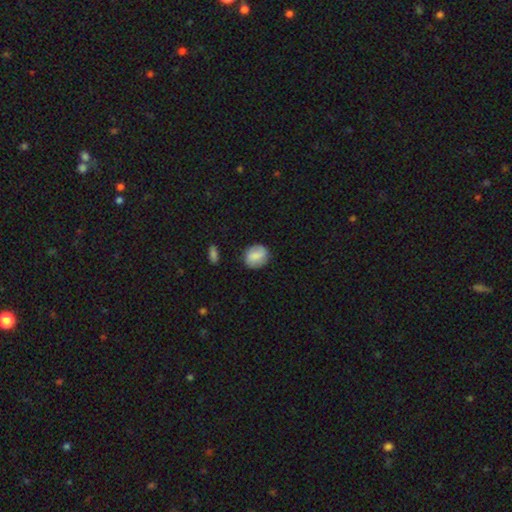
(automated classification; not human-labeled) smooth-or-featured: smooth: 74% | featured or disk: 19% | star or artifact: 7%
  how-rounded: round: 68% | in between: 30% | cigar-shaped: 1%
  merging: none: 82% | minor disturbance: 13% | major disturbance: 3% | merger: 2%